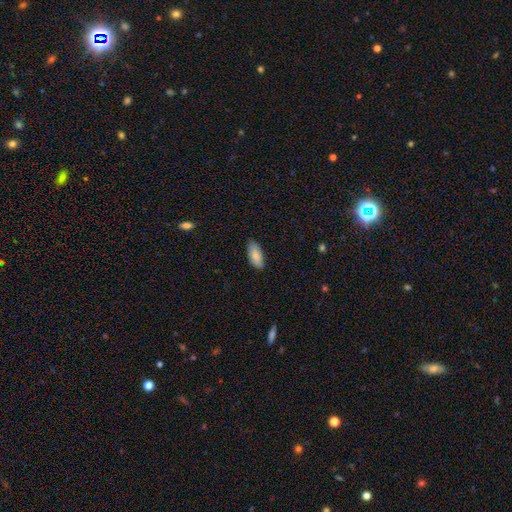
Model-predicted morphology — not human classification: This appears to be a smooth galaxy with no disk features (85%) that is in between round and cigar-shaped (86%). Merging: none (84%).